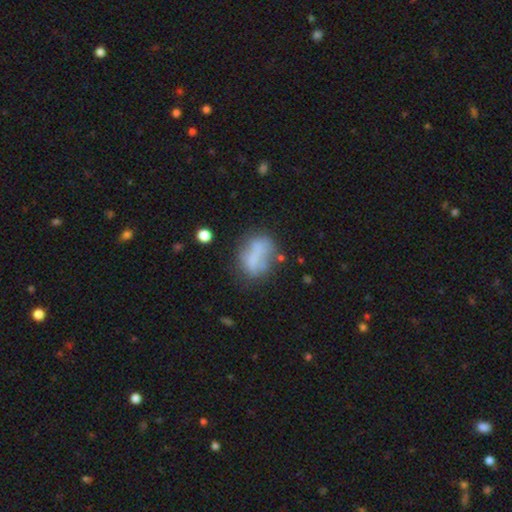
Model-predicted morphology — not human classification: This is likely a smooth galaxy (62%). How rounded: likely in between (73%). Merging: possibly none (46%).